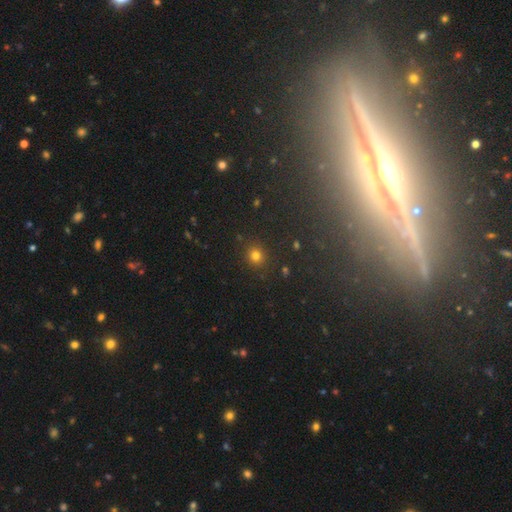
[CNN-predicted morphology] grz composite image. It shows a smooth galaxy with no disk features (77%) that is round (90%). Merging: none (90%).